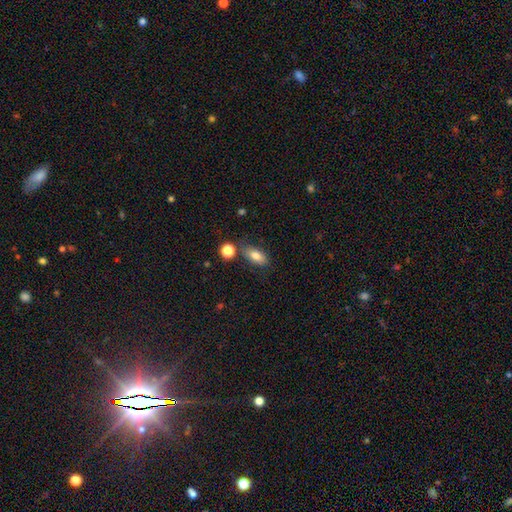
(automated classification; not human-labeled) Smooth or featured: smooth — 80% (featured or disk — 11%)
How rounded: in between — 85% (cigar-shaped — 8%)
Merging: none — 75% (minor disturbance — 14%)